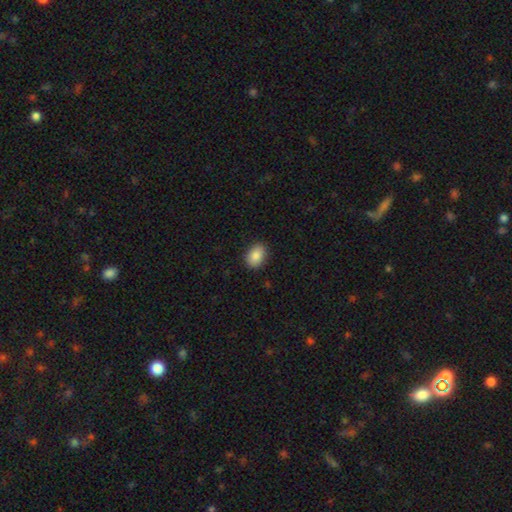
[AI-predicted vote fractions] smooth-or-featured: smooth: 88% | star or artifact: 7% | featured or disk: 5%
  how-rounded: in between: 82% | round: 17% | cigar-shaped: 1%
  merging: none: 89% | minor disturbance: 8% | major disturbance: 2% | merger: 1%